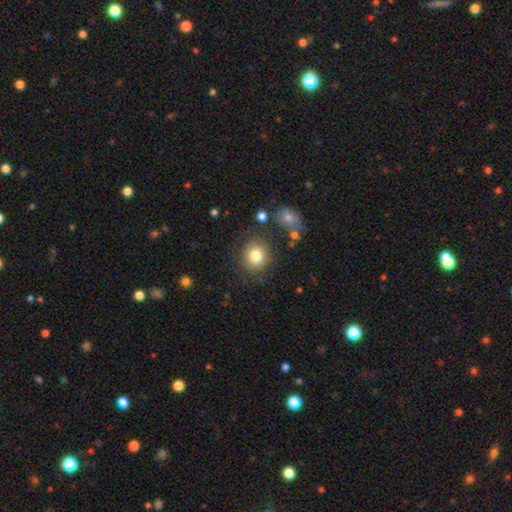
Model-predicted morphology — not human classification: Smooth or featured: smooth — 80% (featured or disk — 11%)
How rounded: round — 85% (in between — 15%)
Merging: none — 78% (minor disturbance — 12%)